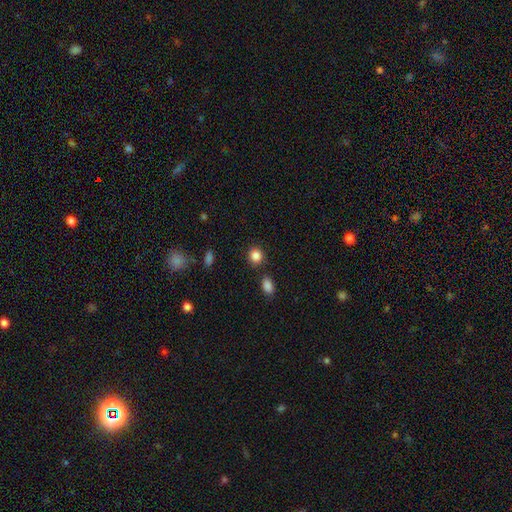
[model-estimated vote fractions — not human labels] Morphology: type=smooth (86%); roundness=round (80%); merging=none (82%).